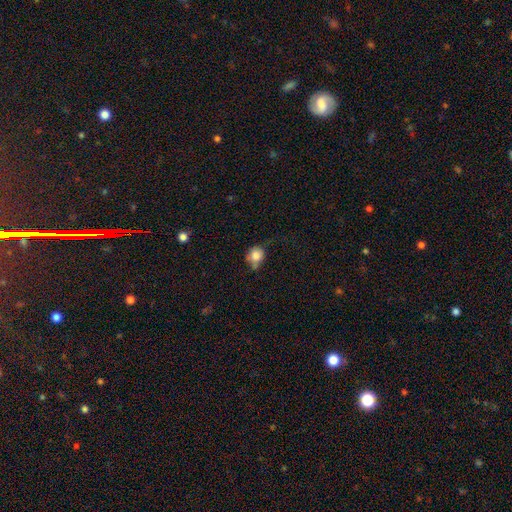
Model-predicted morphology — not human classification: smooth_or_featured: smooth (p=0.80) [alt: featured or disk p=0.10]
how_rounded: round (p=0.76) [alt: in between p=0.22]
merging: none (p=0.48) [alt: minor disturbance p=0.33]